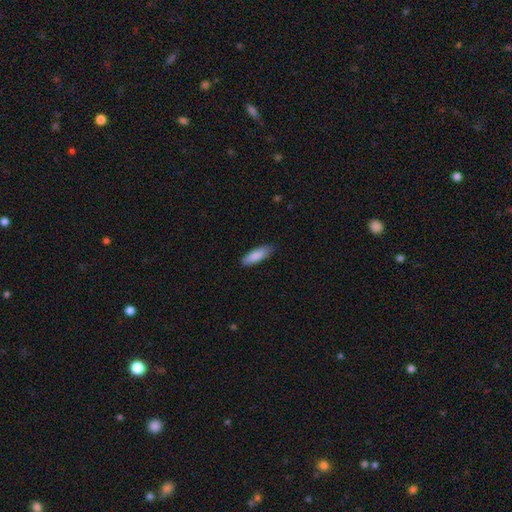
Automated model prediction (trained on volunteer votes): Smooth or featured: smooth — 88% (featured or disk — 7%)
How rounded: in between — 59% (cigar-shaped — 40%)
Merging: none — 83% (minor disturbance — 14%)